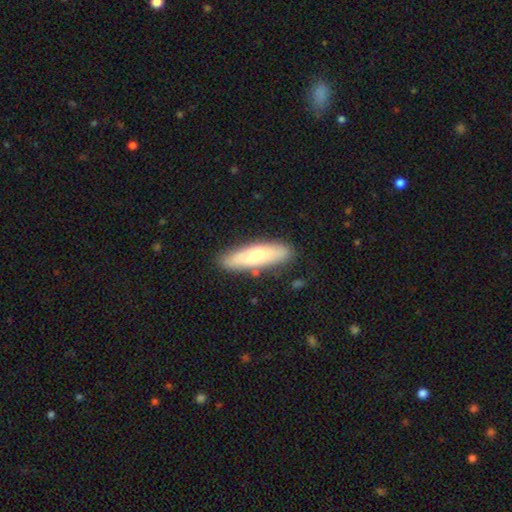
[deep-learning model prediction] A smooth galaxy with no disk features (59%) that is cigar-shaped (58%).

Vote fractions:
- Smooth or featured? smooth: 59% / featured or disk: 36% / star or artifact: 5%
- How rounded? cigar-shaped: 58% / in between: 40% / round: 2%
- Merging? none: 84% / minor disturbance: 11% / major disturbance: 2% / merger: 2%